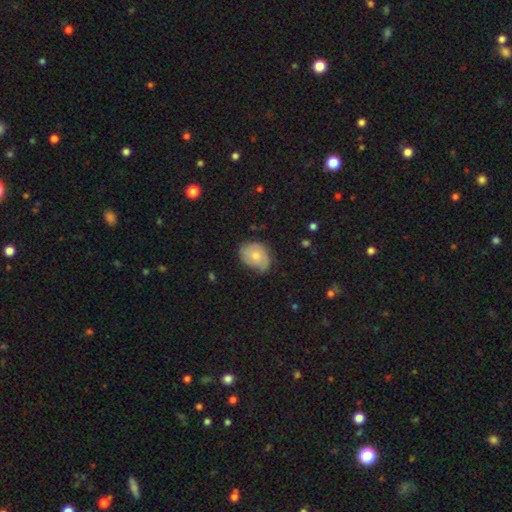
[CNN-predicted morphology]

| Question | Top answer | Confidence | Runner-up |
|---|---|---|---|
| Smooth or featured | smooth | 53% | featured or disk (40%) |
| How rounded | in between | 56% | round (43%) |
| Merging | none | 60% | minor disturbance (30%) |